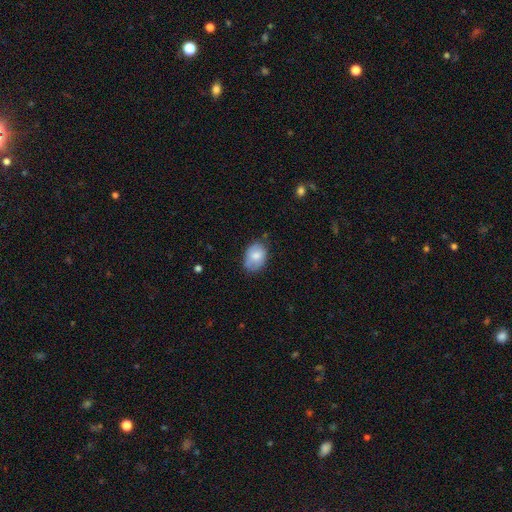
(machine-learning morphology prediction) smooth_or_featured: smooth (p=0.76) [alt: featured or disk p=0.17]
how_rounded: in between (p=0.77) [alt: round p=0.22]
merging: none (p=0.67) [alt: minor disturbance p=0.26]